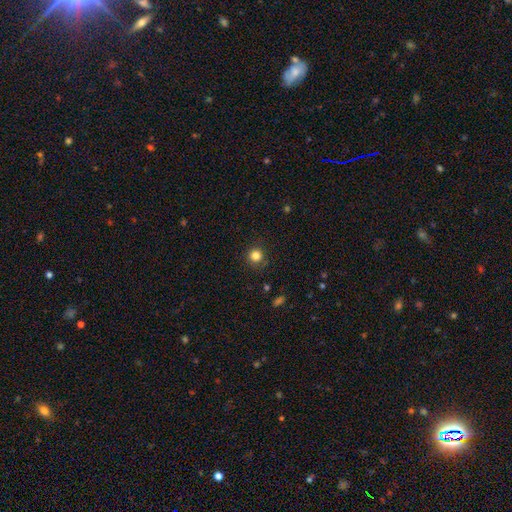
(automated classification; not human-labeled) Q: Smooth or featured?
A: smooth (82%); runner-up: star or artifact (13%)
Q: How rounded?
A: round (94%); runner-up: in between (6%)
Q: Merging?
A: none (87%); runner-up: minor disturbance (9%)